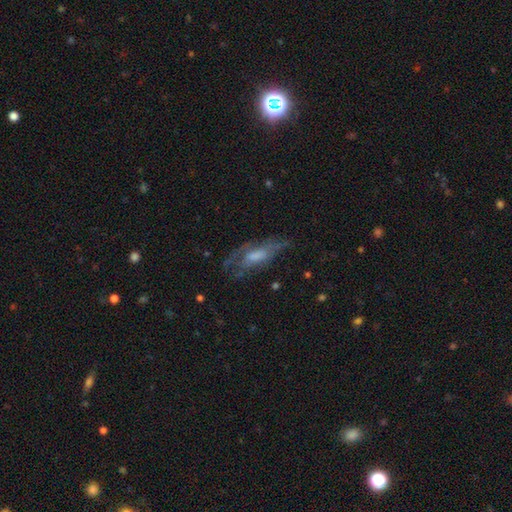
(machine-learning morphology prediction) type=featured or disk (57%); edge-on=no (73%); merging=none (50%).